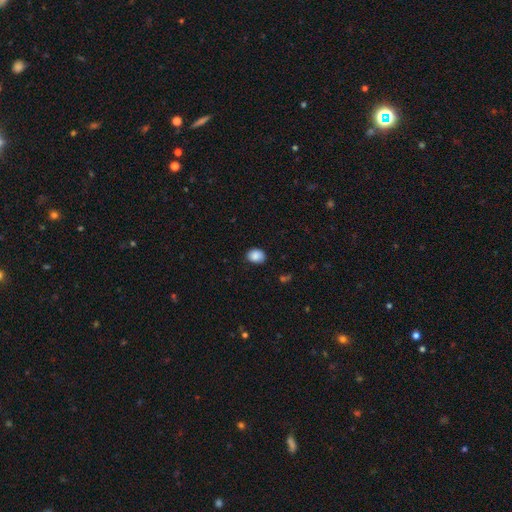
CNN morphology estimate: smooth-or-featured: smooth: 88% | star or artifact: 8% | featured or disk: 3%
  how-rounded: in between: 55% | round: 44% | cigar-shaped: 1%
  merging: none: 84% | minor disturbance: 12% | major disturbance: 2% | merger: 1%